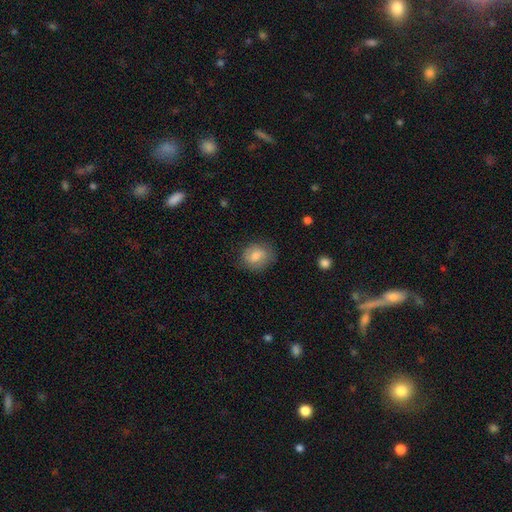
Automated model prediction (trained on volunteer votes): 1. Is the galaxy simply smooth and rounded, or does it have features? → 76% smooth, 16% featured or disk, 8% star or artifact.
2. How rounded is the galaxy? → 55% round, 44% in between, 1% cigar-shaped.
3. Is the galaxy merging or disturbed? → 75% none, 18% minor disturbance, 5% major disturbance, 1% merger.